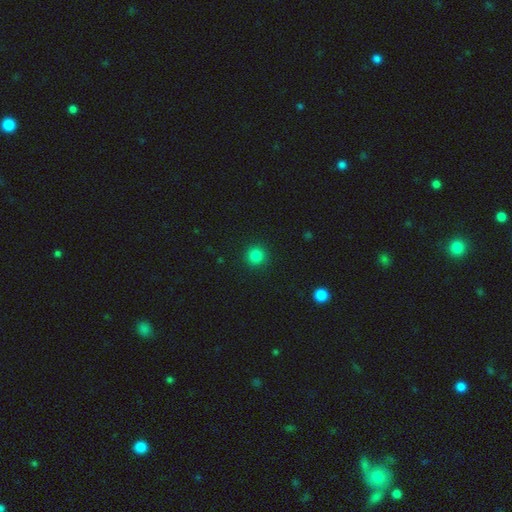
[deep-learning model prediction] Morphology: type=smooth (84%); roundness=round (94%); merging=none (92%).